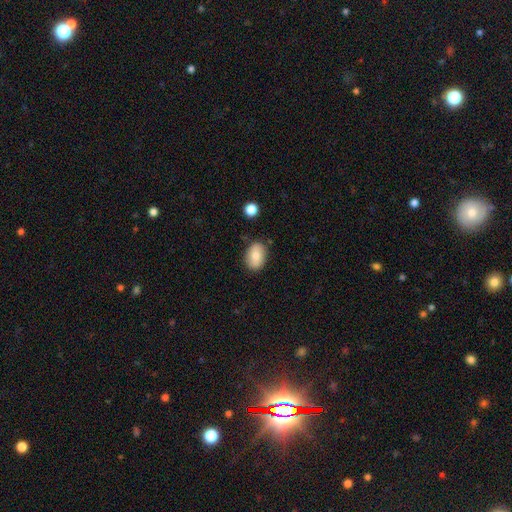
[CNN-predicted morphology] Smooth or featured? smooth (78%)
How rounded? in between (79%)
Merging? none (80%)